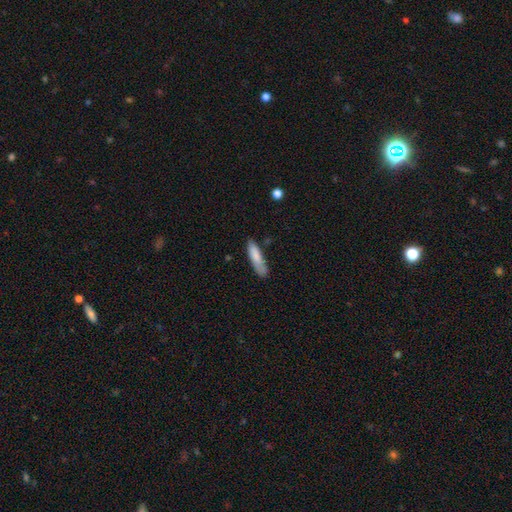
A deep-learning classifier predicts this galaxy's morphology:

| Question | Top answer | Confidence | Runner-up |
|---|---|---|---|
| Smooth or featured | smooth | 81% | featured or disk (13%) |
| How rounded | cigar-shaped | 73% | in between (26%) |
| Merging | none | 62% | minor disturbance (27%) |